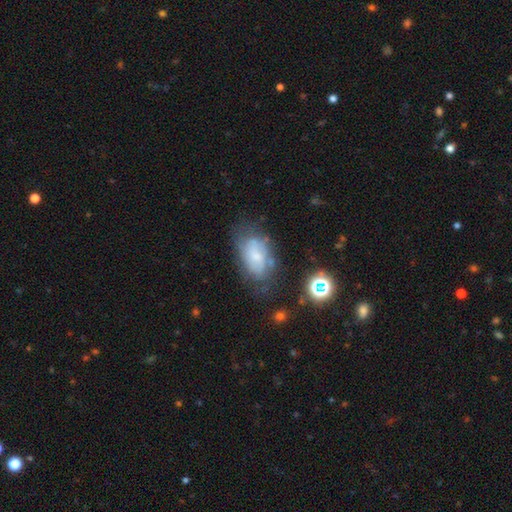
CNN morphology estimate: The model was most divided on "smooth or featured": smooth: 45%, featured or disk: 43%, star or artifact: 12%. Remaining: merging — none (50%).